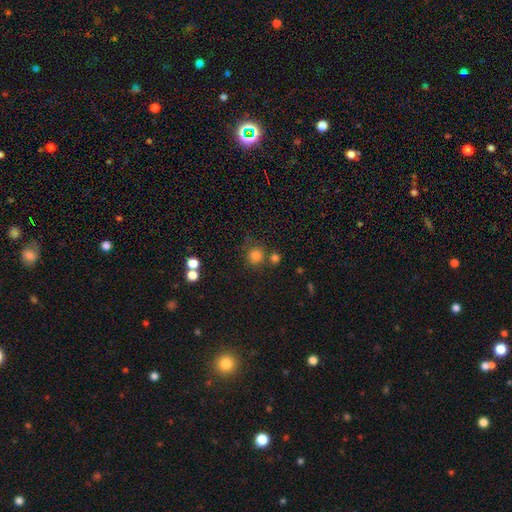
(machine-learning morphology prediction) The model was most divided on "merging": none: 69%, merger: 15%, minor disturbance: 11%, major disturbance: 5%. More confident: how rounded — round (90%); smooth or featured — smooth (80%).